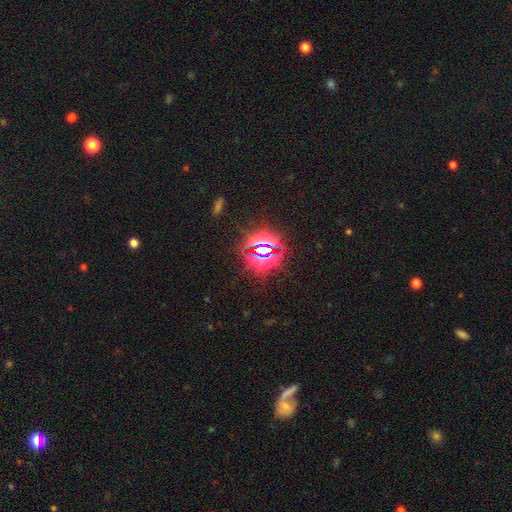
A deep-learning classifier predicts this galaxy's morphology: Smooth or featured? Predicted: star or artifact (p=0.82).